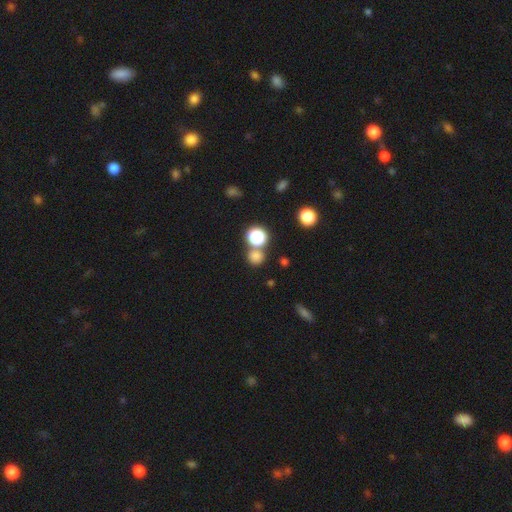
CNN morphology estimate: Smooth or featured: smooth — 73% (star or artifact — 21%)
How rounded: round — 89% (in between — 10%)
Merging: none — 69% (merger — 20%)